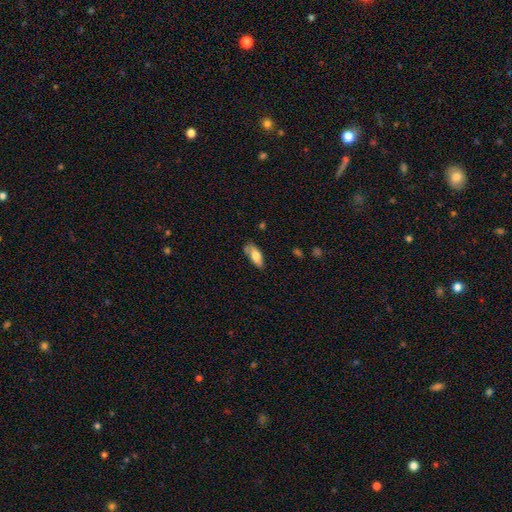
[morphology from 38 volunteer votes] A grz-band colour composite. It shows a smooth galaxy with no disk features (74%) that is in between round and cigar-shaped (64%). Merging: none (41%).